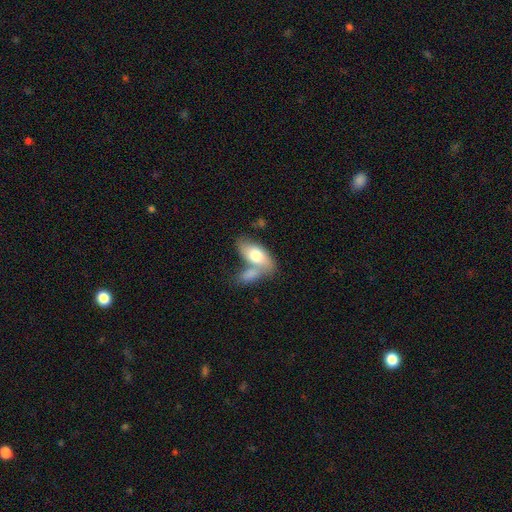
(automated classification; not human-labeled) Smooth or featured? Predicted: smooth (p=0.70). How rounded? Predicted: in between (p=0.90). Merging? Predicted: merger (p=0.51).